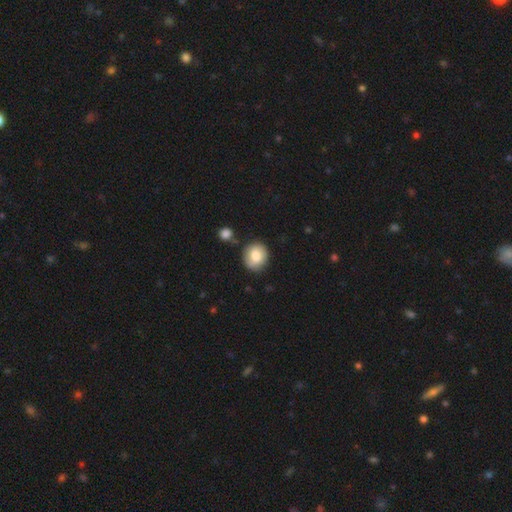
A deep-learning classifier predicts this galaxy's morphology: smooth 79%, featured or disk 14%, star or artifact 7%. Down the decision tree: how rounded — round (77%); merging — none (79%).